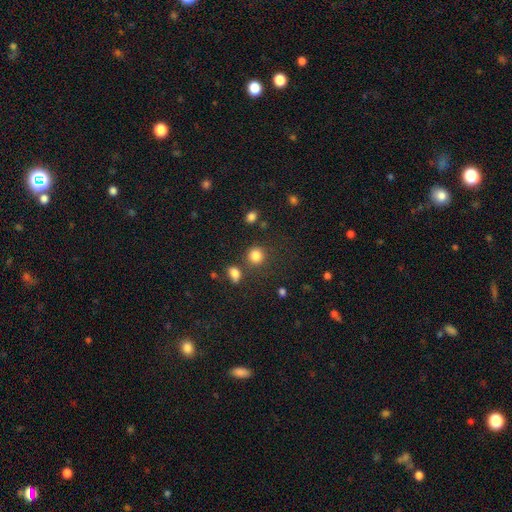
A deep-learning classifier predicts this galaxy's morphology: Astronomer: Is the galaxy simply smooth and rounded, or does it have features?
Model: smooth — 82%.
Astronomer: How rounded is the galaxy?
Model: round — 86%.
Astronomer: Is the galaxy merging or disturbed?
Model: none — 75%.